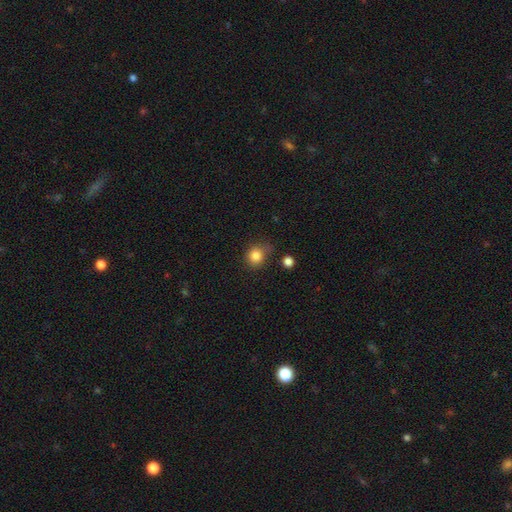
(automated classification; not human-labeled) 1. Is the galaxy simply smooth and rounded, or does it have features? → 84% smooth, 11% star or artifact, 5% featured or disk.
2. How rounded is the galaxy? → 81% round, 18% in between, 1% cigar-shaped.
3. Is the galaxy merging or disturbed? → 68% none, 21% minor disturbance, 6% major disturbance, 6% merger.